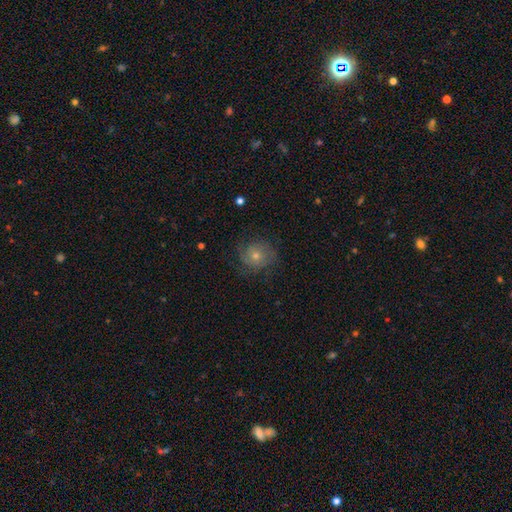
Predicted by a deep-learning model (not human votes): Smooth or featured: featured or disk — 51% (smooth — 33%)
Edge-on disk: no — 96% (yes — 4%)
Merging: none — 76% (minor disturbance — 15%)